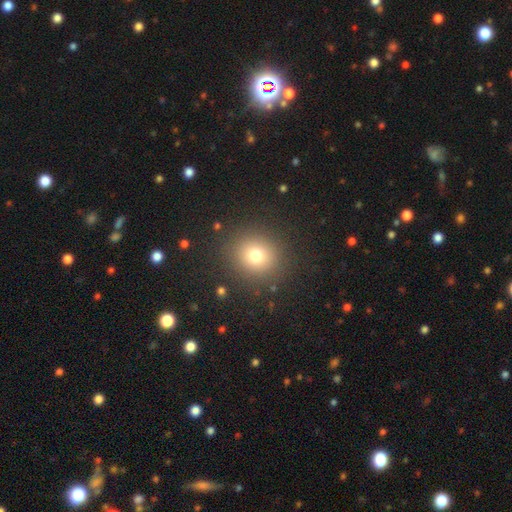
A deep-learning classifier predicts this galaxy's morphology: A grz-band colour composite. It shows a smooth galaxy with no disk features (74%) that is round (89%). Merging: none (88%).